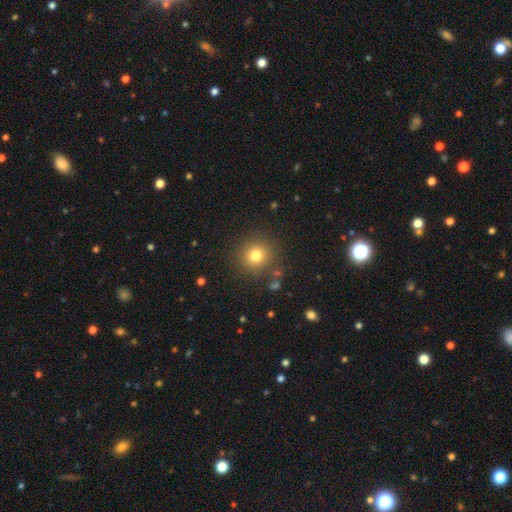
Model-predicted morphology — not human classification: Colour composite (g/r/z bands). It shows a smooth galaxy with no disk features (78%) that is round (91%). Merging: none (86%).